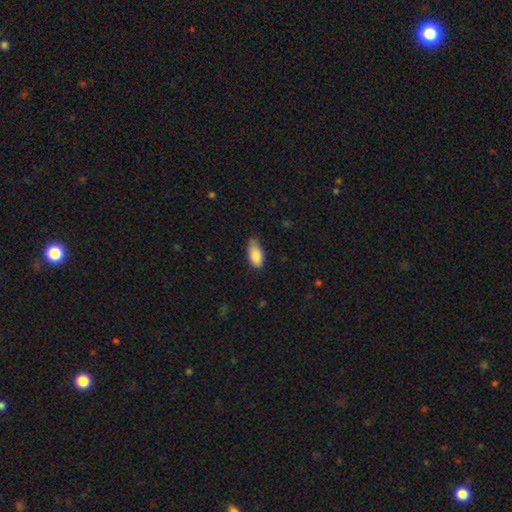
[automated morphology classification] type=smooth (87%); roundness=in between (92%); merging=none (59%).